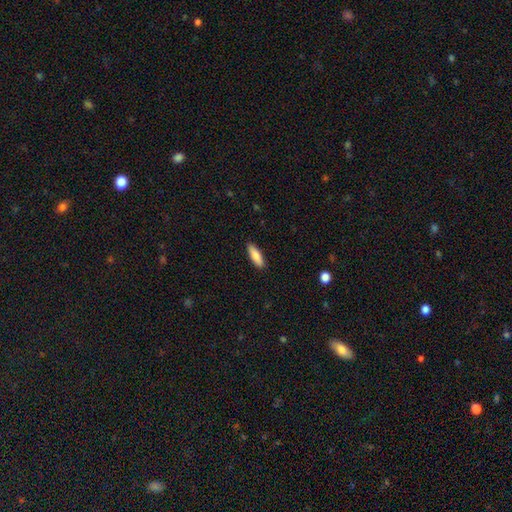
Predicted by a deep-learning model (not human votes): This is clearly a smooth galaxy (84%). How rounded: possibly in between (52%). Merging: clearly none (90%).